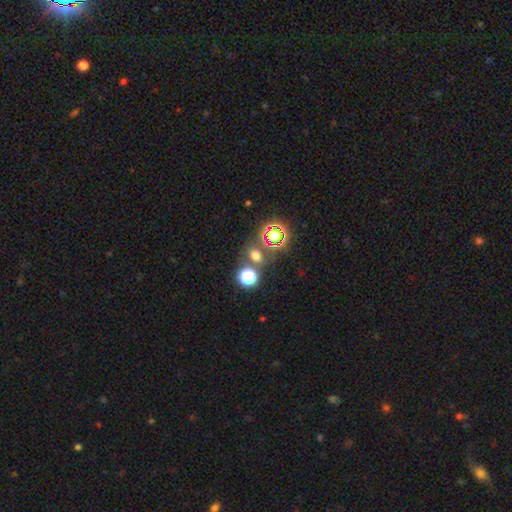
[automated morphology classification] type=smooth (53%); roundness=round (56%); merging=none (67%).